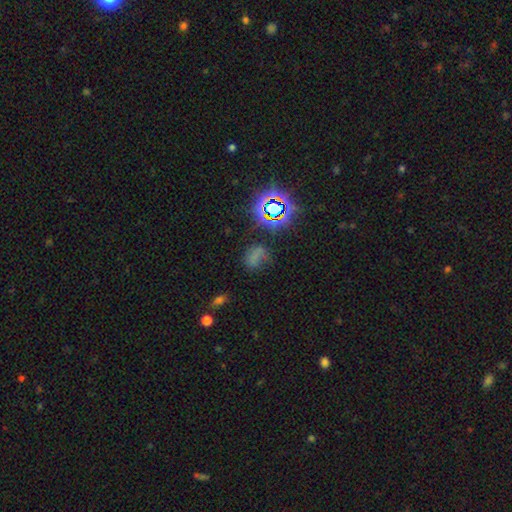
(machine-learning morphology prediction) Smooth or featured?
  - smooth: 47% *
  - star or artifact: 38%
  - featured or disk: 15%
Merging?
  - none: 50% *
  - minor disturbance: 23%
  - major disturbance: 19%
  - merger: 7%